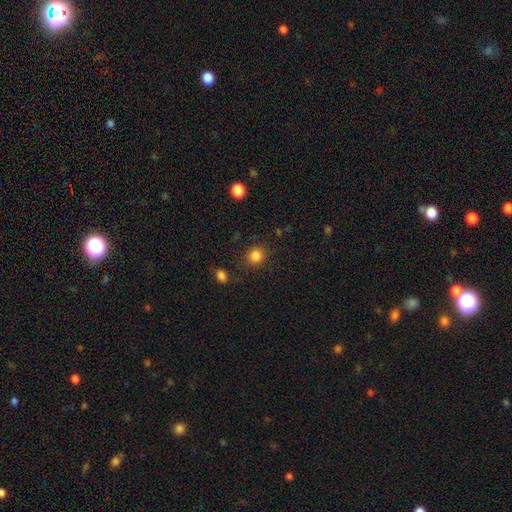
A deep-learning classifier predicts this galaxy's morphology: smooth-or-featured: smooth: 85% | star or artifact: 11% | featured or disk: 4%
  how-rounded: round: 82% | in between: 17% | cigar-shaped: 1%
  merging: none: 82% | minor disturbance: 11% | major disturbance: 4% | merger: 3%